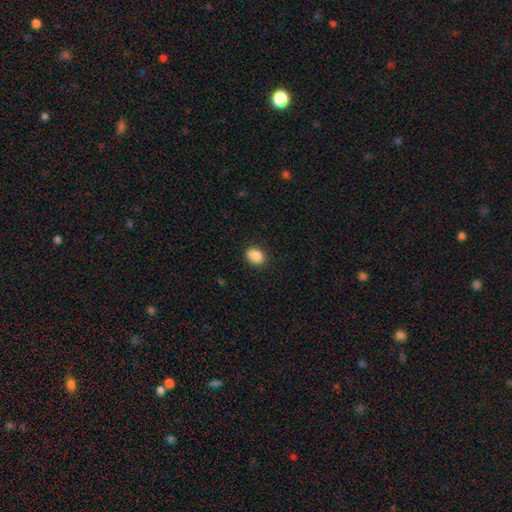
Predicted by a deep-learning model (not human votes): Smooth or featured? Predicted: smooth (p=0.86). How rounded? Predicted: in between (p=0.52). Merging? Predicted: none (p=0.79).